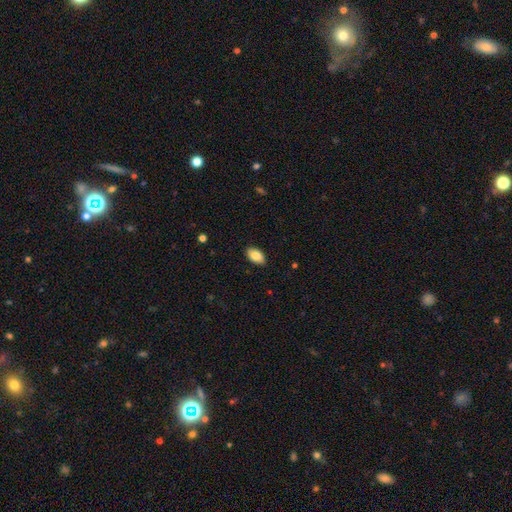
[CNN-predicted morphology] Smooth or featured: smooth — 85% (featured or disk — 9%)
How rounded: in between — 94% (round — 4%)
Merging: none — 88% (minor disturbance — 9%)